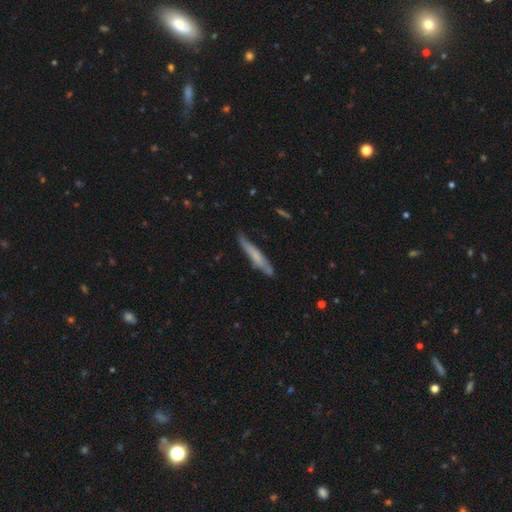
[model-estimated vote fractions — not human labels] Smooth or featured? smooth (54%)
How rounded? cigar-shaped (93%)
Merging? none (68%)